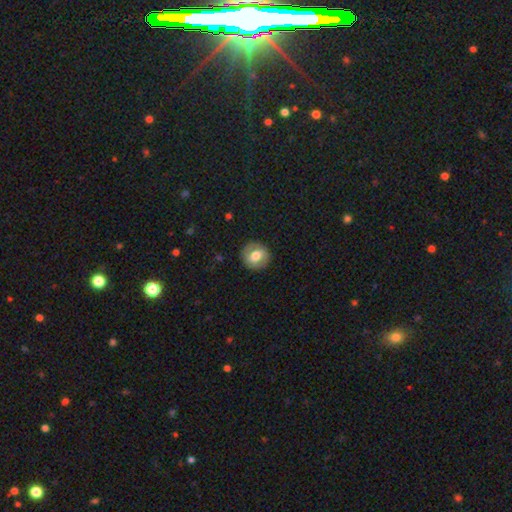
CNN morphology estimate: smooth_or_featured: smooth (p=0.61) [alt: featured or disk p=0.31]
how_rounded: round (p=0.88) [alt: in between p=0.11]
merging: none (p=0.88) [alt: minor disturbance p=0.08]